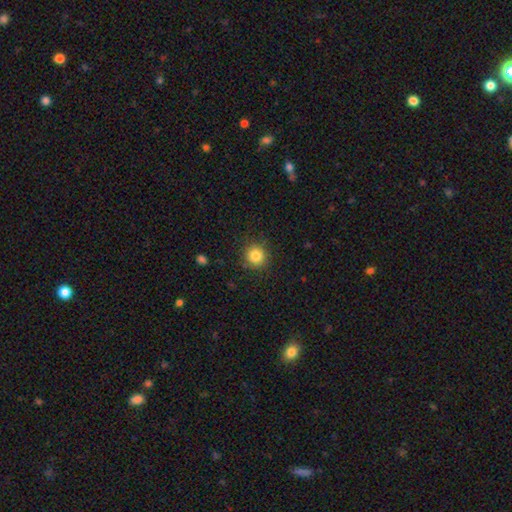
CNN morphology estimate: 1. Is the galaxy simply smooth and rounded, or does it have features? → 83% smooth, 11% star or artifact, 6% featured or disk.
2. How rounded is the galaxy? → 93% round, 6% in between, 1% cigar-shaped.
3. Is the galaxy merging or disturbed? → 89% none, 7% minor disturbance, 2% major disturbance, 1% merger.